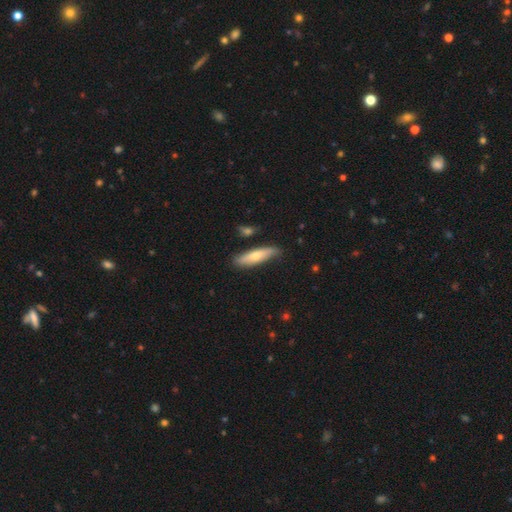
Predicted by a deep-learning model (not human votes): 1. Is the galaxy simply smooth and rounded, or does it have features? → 63% smooth, 31% featured or disk, 5% star or artifact.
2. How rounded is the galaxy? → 66% cigar-shaped, 32% in between, 2% round.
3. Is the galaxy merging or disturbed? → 77% none, 17% minor disturbance, 3% merger, 3% major disturbance.